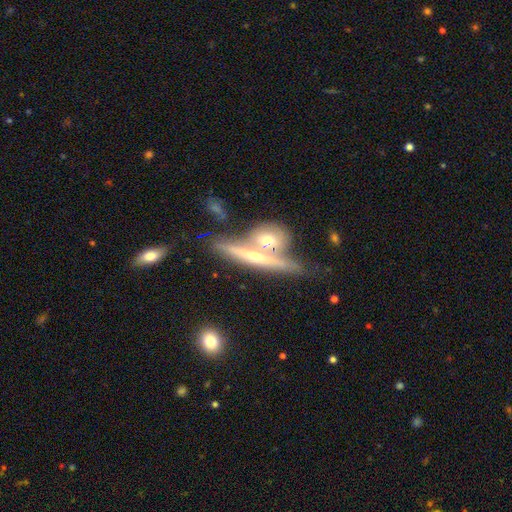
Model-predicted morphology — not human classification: This is likely a featured or disk galaxy (68%). It is clearly viewed edge-on (89%). Edge-on bulge: likely rounded (80%). Merging: possibly none (47%).